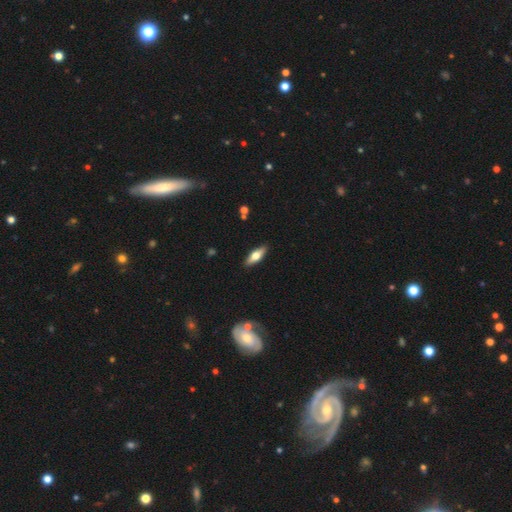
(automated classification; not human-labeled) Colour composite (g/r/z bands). It shows a smooth galaxy with no disk features (48%). Merging: none (89%).